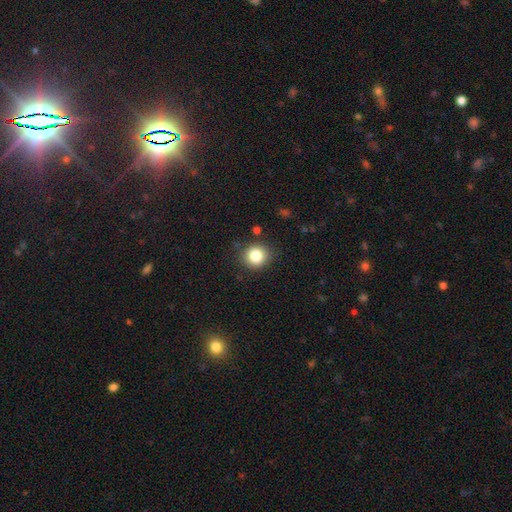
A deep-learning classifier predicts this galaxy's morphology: Smooth or featured? Predicted: smooth (p=0.82). How rounded? Predicted: round (p=0.87). Merging? Predicted: none (p=0.86).